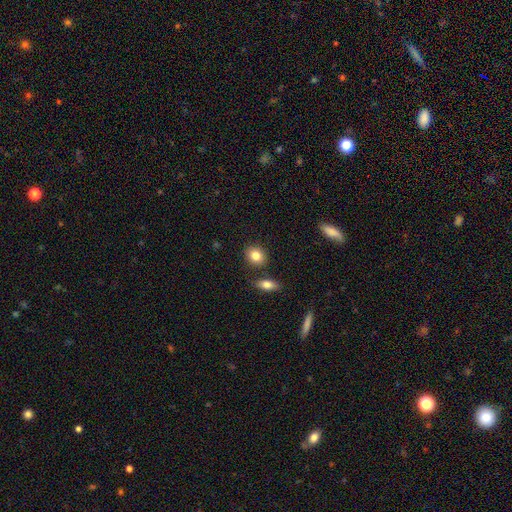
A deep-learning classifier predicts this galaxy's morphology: Q: Smooth or featured?
A: smooth (83%); runner-up: star or artifact (9%)
Q: How rounded?
A: round (59%); runner-up: in between (40%)
Q: Merging?
A: none (80%); runner-up: minor disturbance (9%)